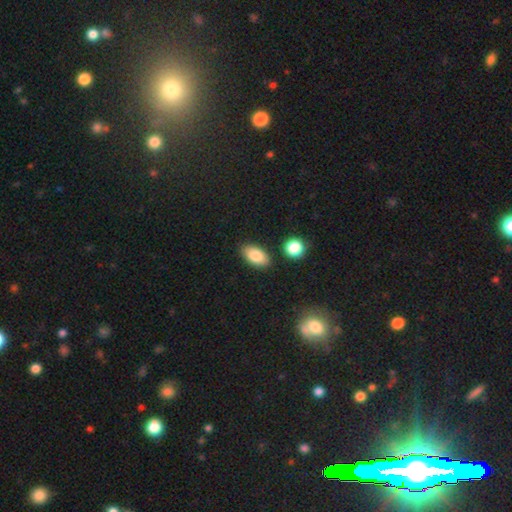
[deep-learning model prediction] smooth_or_featured: smooth (p=0.84) [alt: featured or disk p=0.09]
how_rounded: in between (p=0.93) [alt: round p=0.04]
merging: none (p=0.84) [alt: minor disturbance p=0.09]